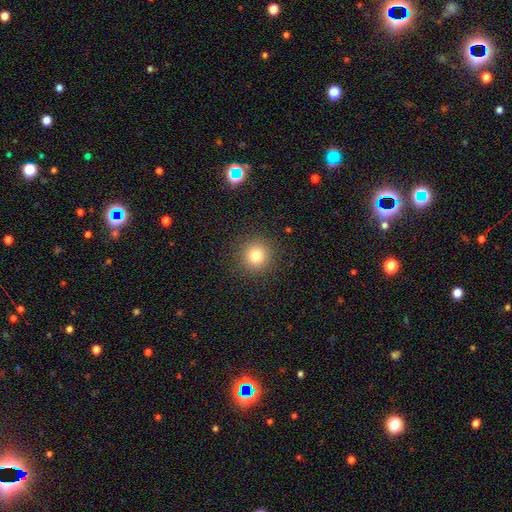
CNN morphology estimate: Smooth or featured?
  - smooth: 79% *
  - star or artifact: 13%
  - featured or disk: 8%
How rounded?
  - round: 93% *
  - in between: 6%
  - cigar-shaped: 1%
Merging?
  - none: 90% *
  - minor disturbance: 6%
  - major disturbance: 3%
  - merger: 1%